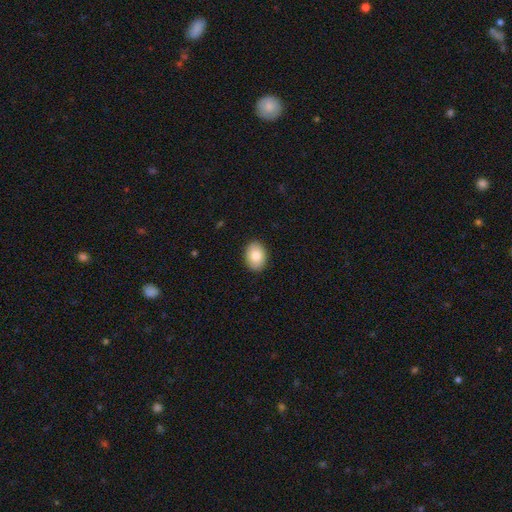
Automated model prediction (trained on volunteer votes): This appears to be a smooth galaxy with no disk features (84%) that is in between round and cigar-shaped (71%). Merging: none (90%).